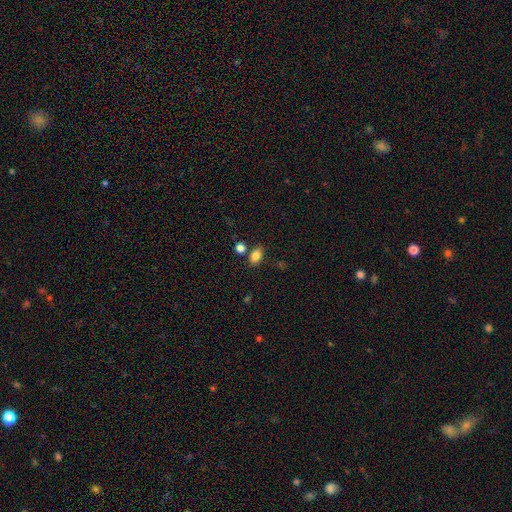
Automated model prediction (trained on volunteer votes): Morphology: type=smooth (84%); roundness=in between (82%); merging=none (72%).